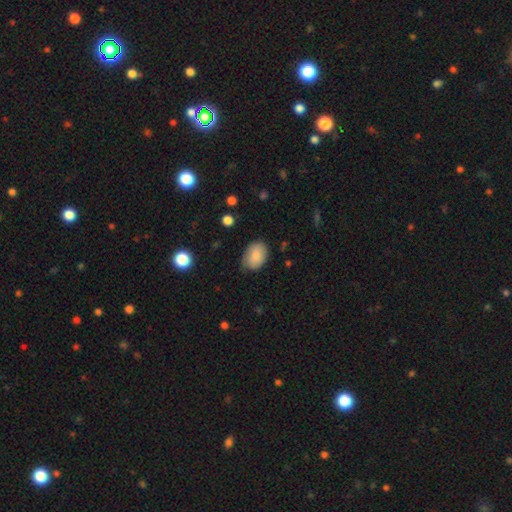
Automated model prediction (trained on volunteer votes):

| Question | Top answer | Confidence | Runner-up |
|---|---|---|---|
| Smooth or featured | smooth | 84% | featured or disk (9%) |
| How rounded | in between | 80% | round (19%) |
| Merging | none | 68% | minor disturbance (26%) |